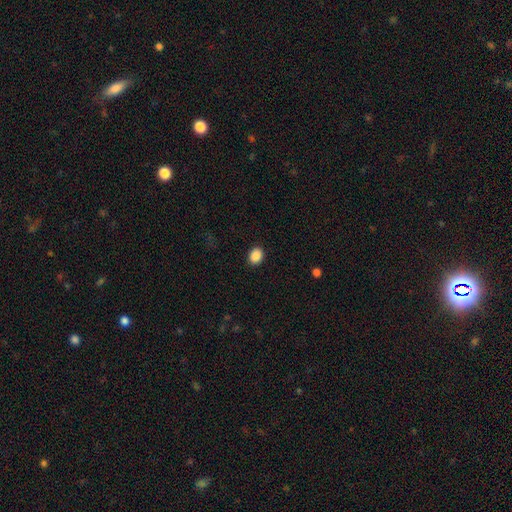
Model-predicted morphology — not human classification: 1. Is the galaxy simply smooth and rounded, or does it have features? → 89% smooth, 8% star or artifact, 3% featured or disk.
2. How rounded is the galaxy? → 54% in between, 45% round, 1% cigar-shaped.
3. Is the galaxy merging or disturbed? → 90% none, 7% minor disturbance, 2% major disturbance, 1% merger.